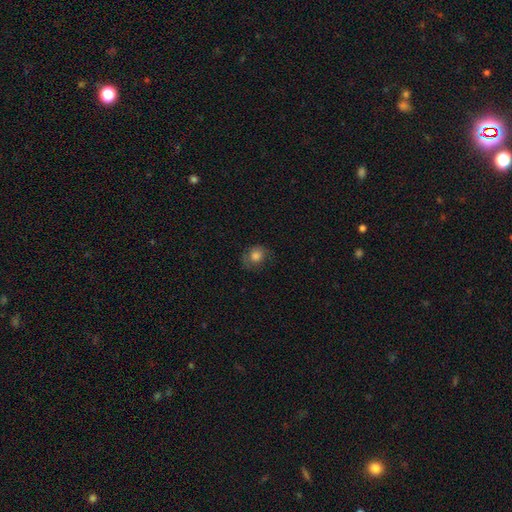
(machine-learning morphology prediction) Overall: smooth (78%). How rounded: round (70%). Merging: none (66%).